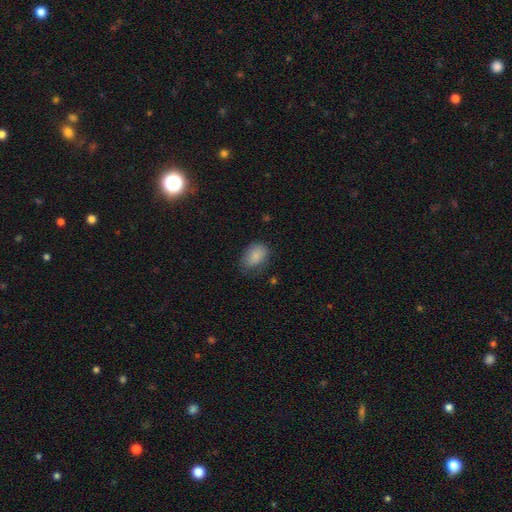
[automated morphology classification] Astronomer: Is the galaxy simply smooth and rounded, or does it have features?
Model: smooth — 86%.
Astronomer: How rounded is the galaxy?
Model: in between — 84%.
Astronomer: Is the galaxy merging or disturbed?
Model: none — 61%.